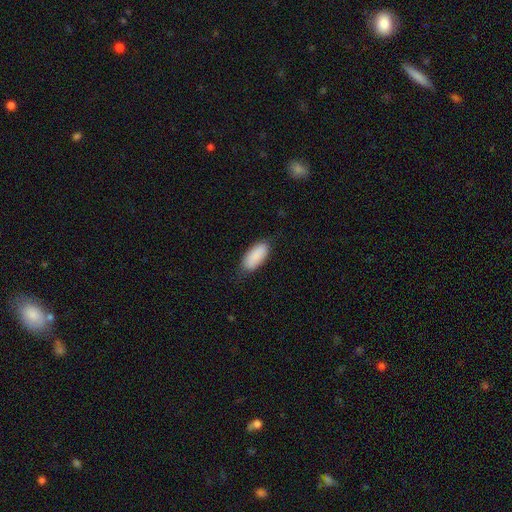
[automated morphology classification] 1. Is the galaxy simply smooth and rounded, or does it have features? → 89% smooth, 6% featured or disk, 6% star or artifact.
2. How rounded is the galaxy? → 87% in between, 11% cigar-shaped, 2% round.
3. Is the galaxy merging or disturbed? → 79% none, 17% minor disturbance, 3% major disturbance, 1% merger.